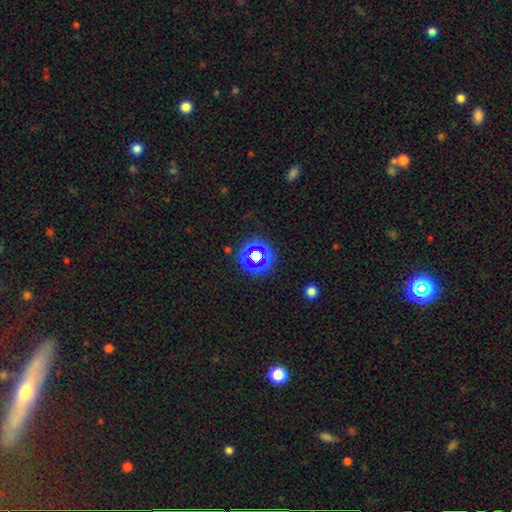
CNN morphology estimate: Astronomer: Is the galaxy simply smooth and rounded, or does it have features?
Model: star or artifact — 58%.